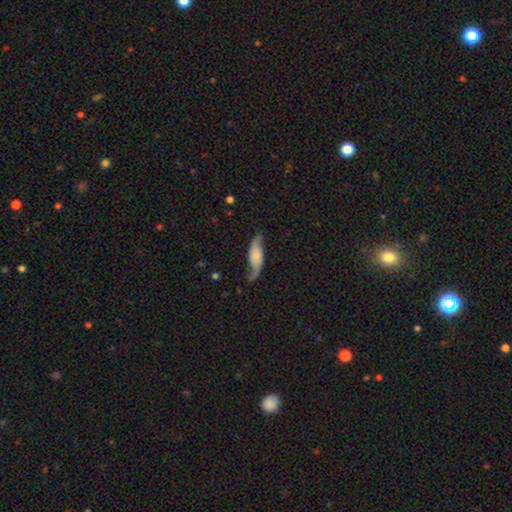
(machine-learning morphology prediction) A featured or disk galaxy (67%) with no bar (65%), 2 (91%) loose (82%) spiral arms (93%) and no central bulge (44%).

Vote fractions:
- Smooth or featured? featured or disk: 67% / smooth: 26% / star or artifact: 7%
- Edge-on disk? no: 86% / yes: 14%
- Bar? no: 65% / weak: 25% / strong: 10%
- Spiral arms? yes: 93% / no: 7%
- Spiral winding? loose: 82% / medium: 13% / tight: 5%
- Spiral arm count? 2: 91% / 1: 4% / can't tell: 3% / 3: 1% / 4: 1% / more than 4: 1%
- Bulge size? none: 44% / small: 28% / moderate: 13% / large: 9% / dominant: 5%
- Merging? none: 67% / minor disturbance: 21% / major disturbance: 10% / merger: 2%